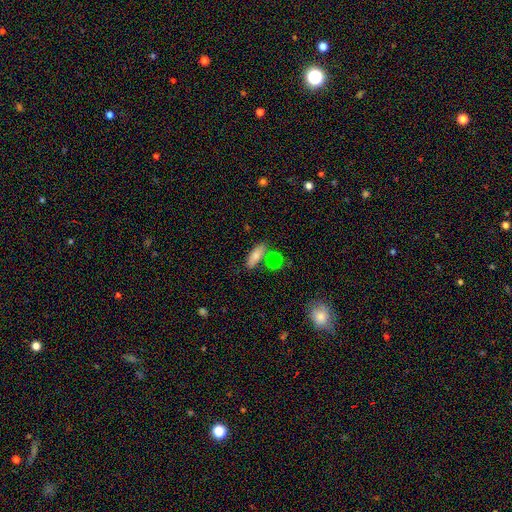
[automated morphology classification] Q: Smooth or featured?
A: smooth (78%); runner-up: featured or disk (14%)
Q: How rounded?
A: in between (70%); runner-up: cigar-shaped (27%)
Q: Merging?
A: none (71%); runner-up: minor disturbance (14%)